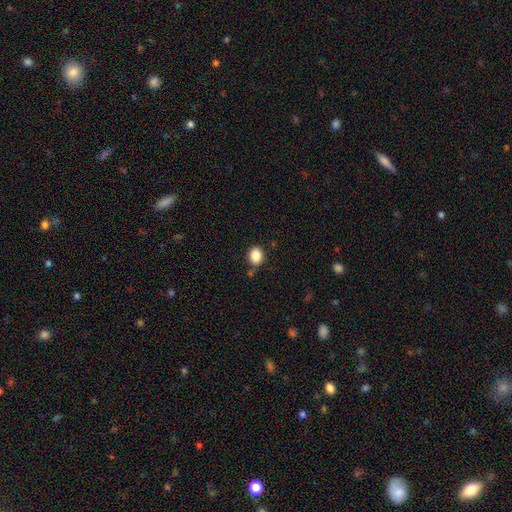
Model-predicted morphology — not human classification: type=smooth (86%); roundness=in between (52%); merging=none (72%).